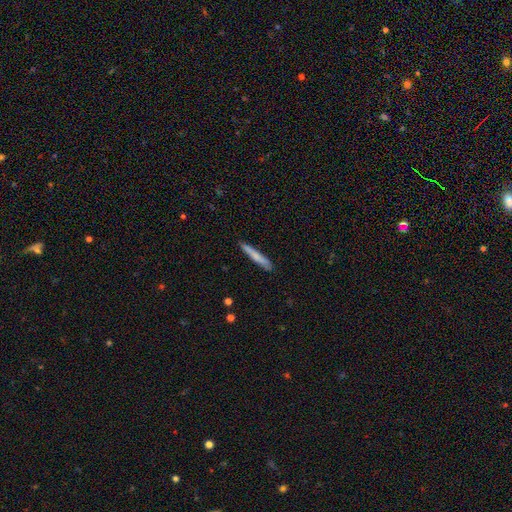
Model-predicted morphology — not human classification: Q: Smooth or featured?
A: smooth (70%); runner-up: featured or disk (24%)
Q: How rounded?
A: cigar-shaped (95%); runner-up: in between (4%)
Q: Merging?
A: none (86%); runner-up: minor disturbance (11%)